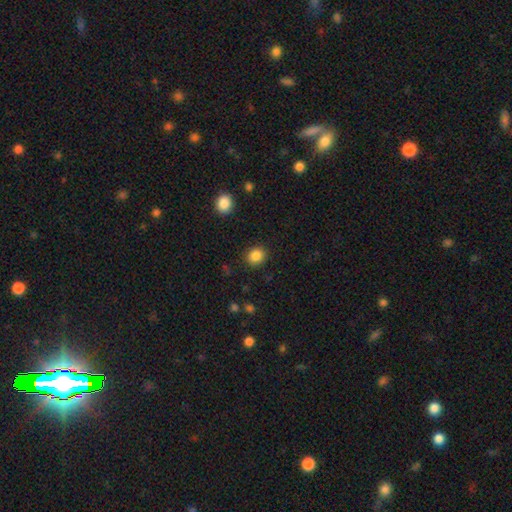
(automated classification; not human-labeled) Smooth or featured? smooth (86%)
How rounded? round (73%)
Merging? none (89%)